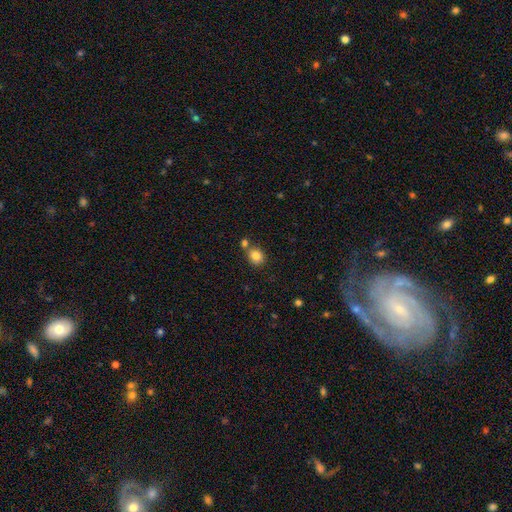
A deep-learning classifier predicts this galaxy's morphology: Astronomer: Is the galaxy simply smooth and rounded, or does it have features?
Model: smooth — 83%.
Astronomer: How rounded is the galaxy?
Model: round — 71%.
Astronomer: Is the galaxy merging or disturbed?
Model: none — 66%.